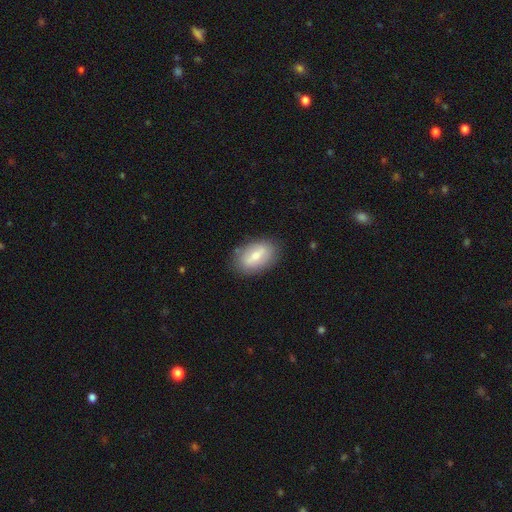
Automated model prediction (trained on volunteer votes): smooth 60%, featured or disk 33%, star or artifact 7%. Down the decision tree: how rounded — in between (90%); merging — none (81%).